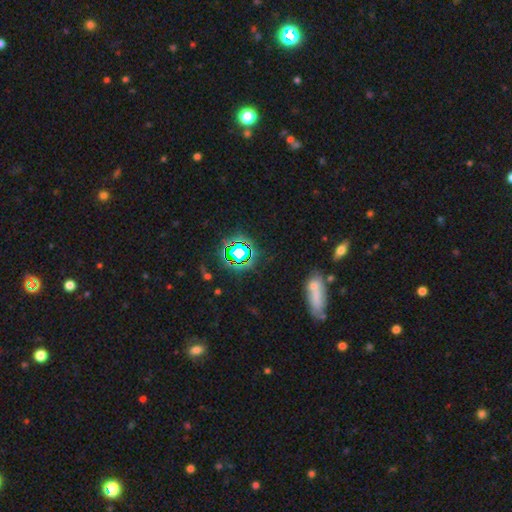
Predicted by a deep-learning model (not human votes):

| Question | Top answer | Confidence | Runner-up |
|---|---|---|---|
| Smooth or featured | star or artifact | 59% | smooth (28%) |